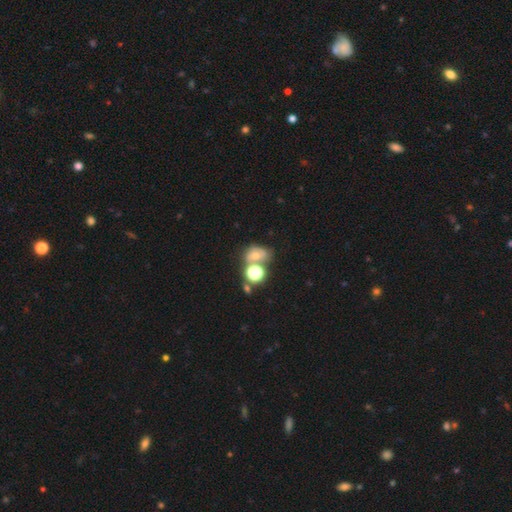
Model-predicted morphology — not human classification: smooth_or_featured: smooth (p=0.50) [alt: star or artifact p=0.25]
merging: none (p=0.41) [alt: merger p=0.34]